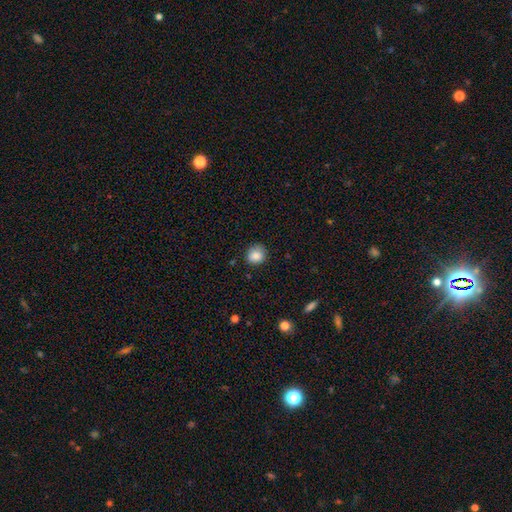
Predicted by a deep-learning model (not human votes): This appears to be a smooth galaxy with no disk features (86%) that is round (82%). Merging: none (78%).